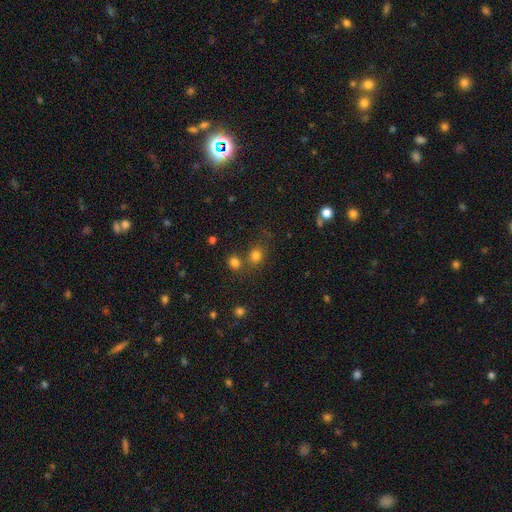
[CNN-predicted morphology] Smooth or featured: smooth — 77% (star or artifact — 16%)
How rounded: round — 68% (in between — 31%)
Merging: none — 62% (merger — 23%)